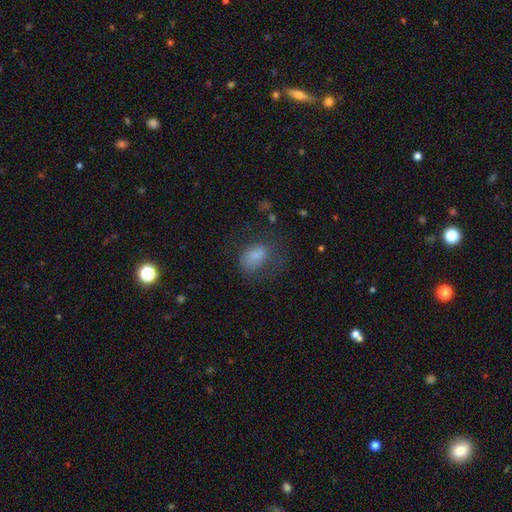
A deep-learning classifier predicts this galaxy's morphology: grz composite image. It shows a smooth galaxy with no disk features (71%) that is in between round and cigar-shaped (80%). Merging: none (37%, tied with major disturbance).